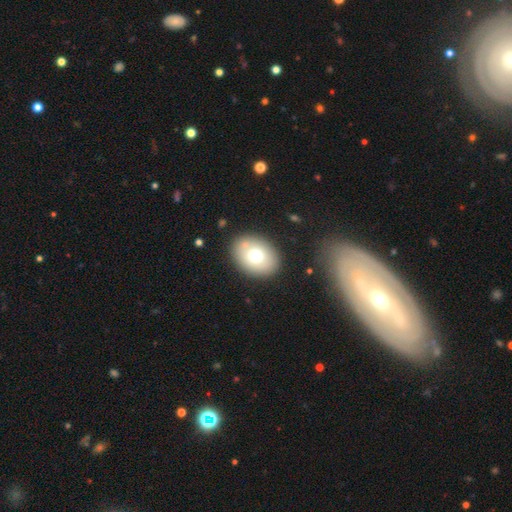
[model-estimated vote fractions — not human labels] Smooth or featured? Predicted: smooth (p=0.70). How rounded? Predicted: in between (p=0.64). Merging? Predicted: none (p=0.85).